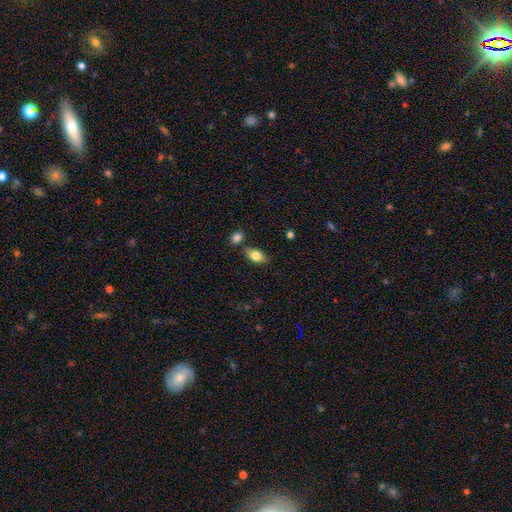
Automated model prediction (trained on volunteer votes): Smooth or featured? Predicted: smooth (p=0.77). How rounded? Predicted: in between (p=0.88). Merging? Predicted: none (p=0.74).